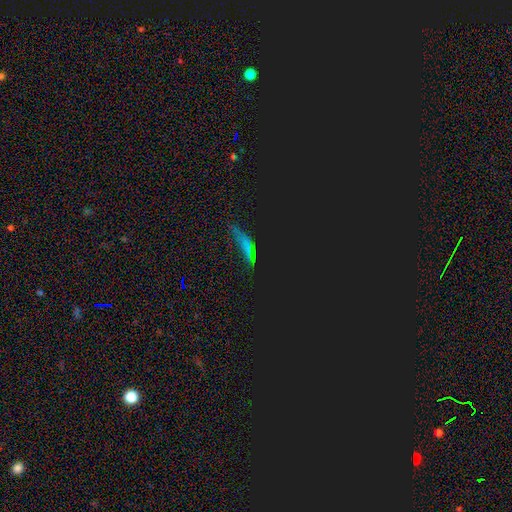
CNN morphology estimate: This is likely a star or artifact rather than a galaxy (67%).